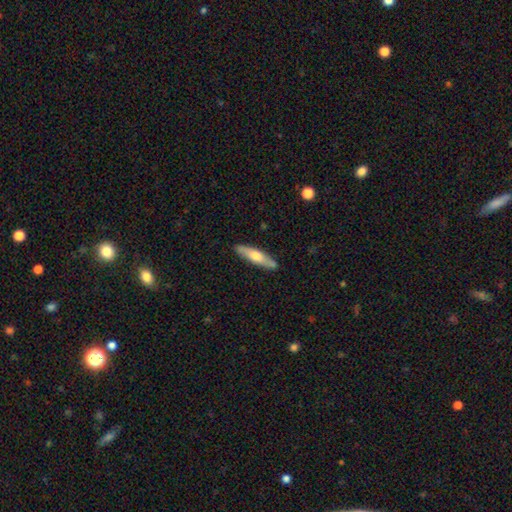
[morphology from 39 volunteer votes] Volunteers were most divided on "smooth or featured": featured or disk: 64%, smooth: 31%, star or artifact: 5%. More confident: edge-on bulge — rounded (85%); edge-on disk — yes (80%); merging — none (78%).